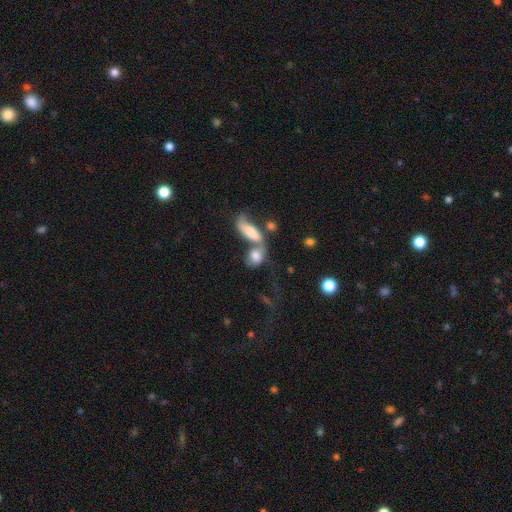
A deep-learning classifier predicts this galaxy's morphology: Smooth or featured? smooth (64%)
How rounded? in between (70%)
Merging? merger (66%)